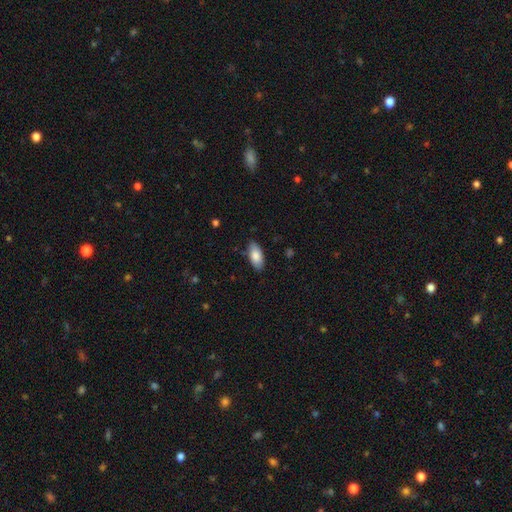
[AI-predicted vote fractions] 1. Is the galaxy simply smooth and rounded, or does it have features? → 84% smooth, 10% featured or disk, 6% star or artifact.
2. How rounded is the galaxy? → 91% in between, 7% cigar-shaped, 2% round.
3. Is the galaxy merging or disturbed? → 85% none, 12% minor disturbance, 2% major disturbance, 1% merger.